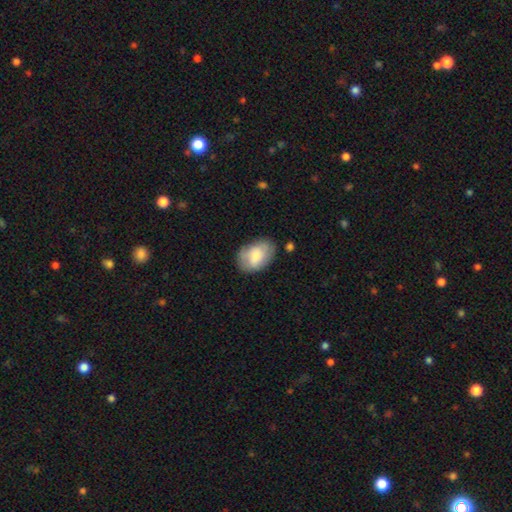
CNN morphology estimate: Smooth or featured? Predicted: smooth (p=0.70). How rounded? Predicted: in between (p=0.85). Merging? Predicted: none (p=0.72).